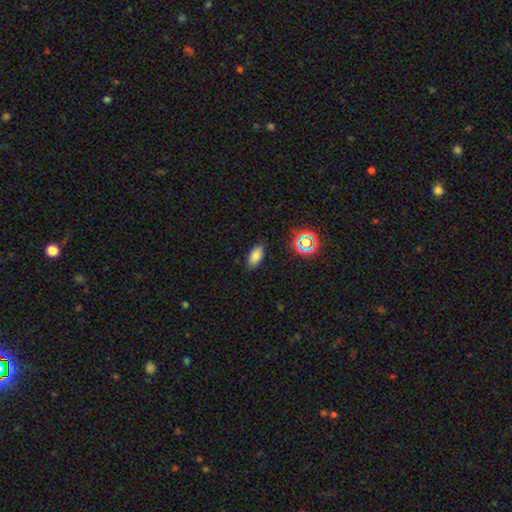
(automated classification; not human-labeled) Smooth or featured? Predicted: smooth (p=0.79). How rounded? Predicted: in between (p=0.89). Merging? Predicted: none (p=0.85).